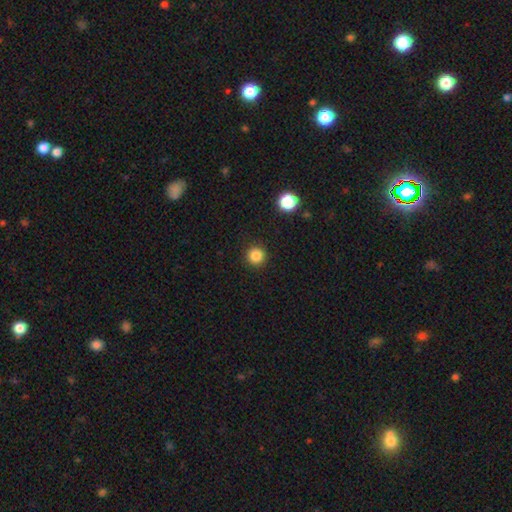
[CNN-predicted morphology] type=smooth (85%); roundness=round (95%); merging=none (92%).